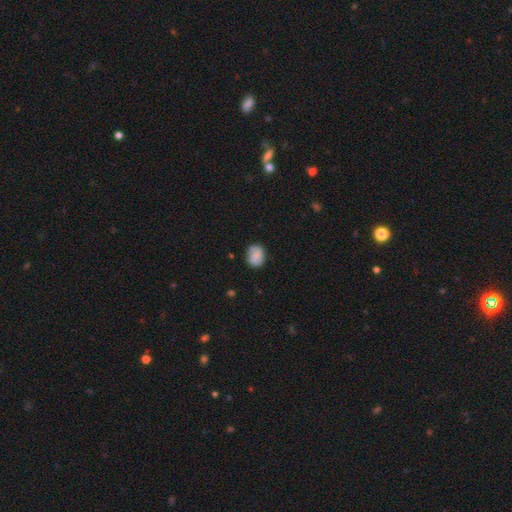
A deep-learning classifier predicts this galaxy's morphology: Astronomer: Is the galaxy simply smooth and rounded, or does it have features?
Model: smooth — 76%.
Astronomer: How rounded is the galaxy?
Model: round — 57% (runner-up: in between, 42%).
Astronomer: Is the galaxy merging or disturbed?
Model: none — 70%.